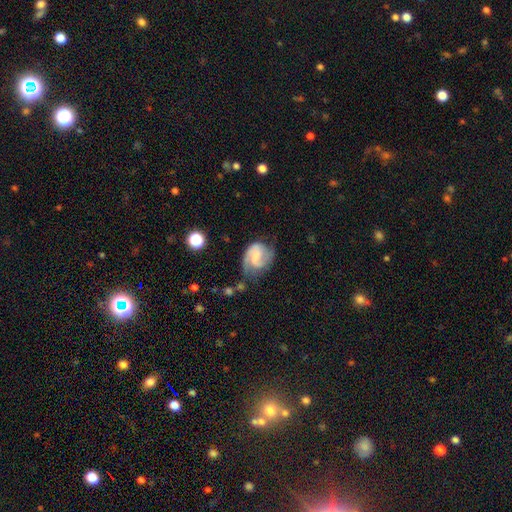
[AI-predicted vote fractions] The model was most divided on "bulge size": small: 40%, none: 29%, moderate: 25%, large: 5%, dominant: 1%. Remaining: edge-on disk — no (98%); spiral arms — yes (94%); smooth or featured — featured or disk (76%); spiral arm count — 2 (75%); merging — none (54%); bar — weak (51%); spiral winding — medium (50%).